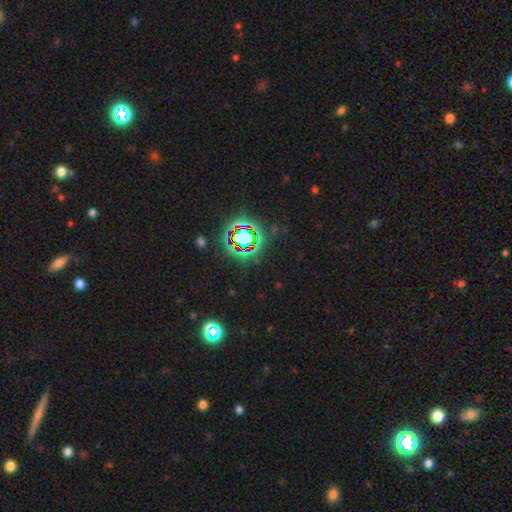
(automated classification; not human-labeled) This is likely a star or artifact rather than a galaxy (77%).